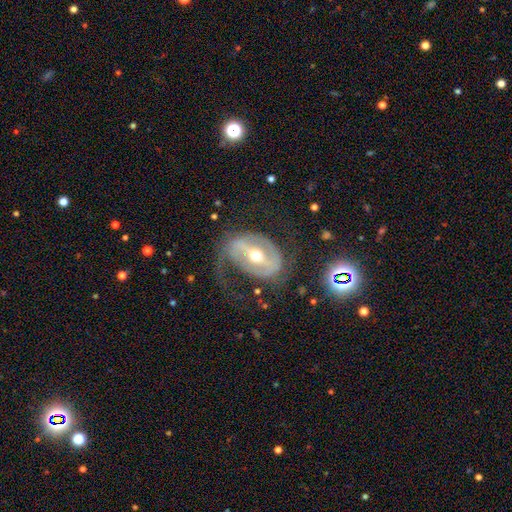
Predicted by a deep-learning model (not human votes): A featured or disk galaxy (84%) with a strong bar (60%), 2 (70%) medium (45%) spiral arms (83%) and a moderate central bulge (65%). Merging: none (49%).